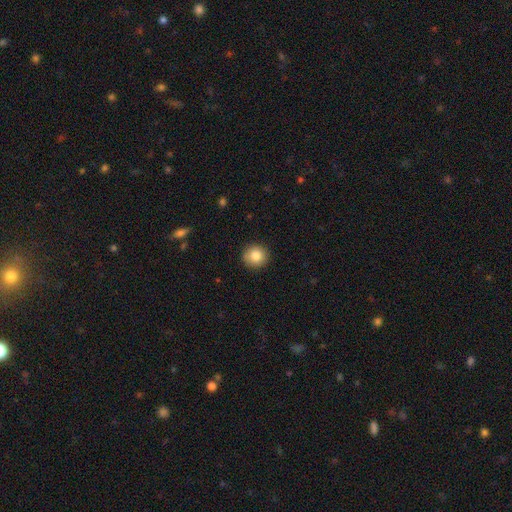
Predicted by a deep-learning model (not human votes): Q: Smooth or featured?
A: smooth (84%); runner-up: star or artifact (9%)
Q: How rounded?
A: round (93%); runner-up: in between (6%)
Q: Merging?
A: none (91%); runner-up: minor disturbance (6%)